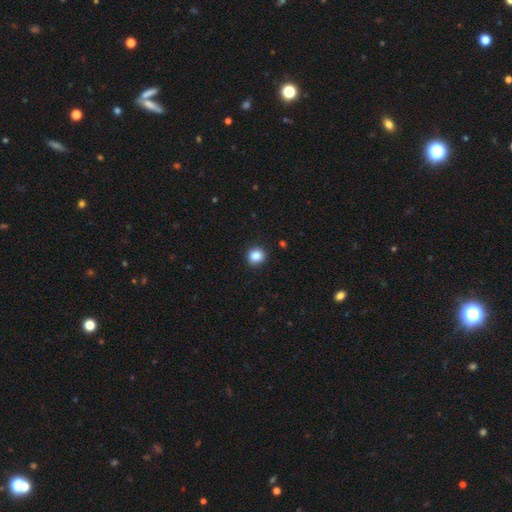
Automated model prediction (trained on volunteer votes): smooth-or-featured: smooth: 86% | star or artifact: 10% | featured or disk: 4%
  how-rounded: round: 87% | in between: 12% | cigar-shaped: 1%
  merging: none: 90% | minor disturbance: 7% | major disturbance: 2% | merger: 1%